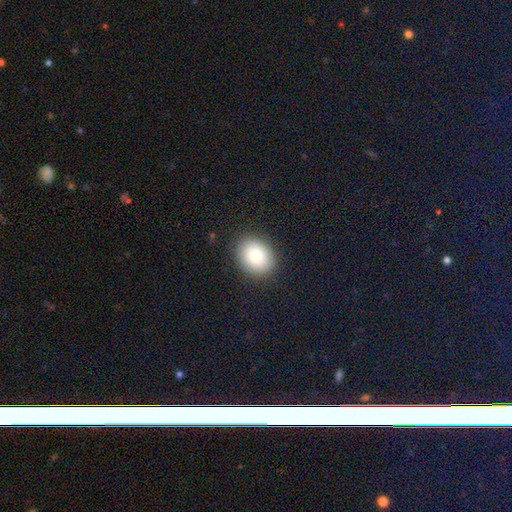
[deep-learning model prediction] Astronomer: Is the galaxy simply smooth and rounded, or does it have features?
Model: smooth — 82%.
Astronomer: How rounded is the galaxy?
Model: round — 51% (runner-up: in between, 48%).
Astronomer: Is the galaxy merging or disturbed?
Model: none — 87%.